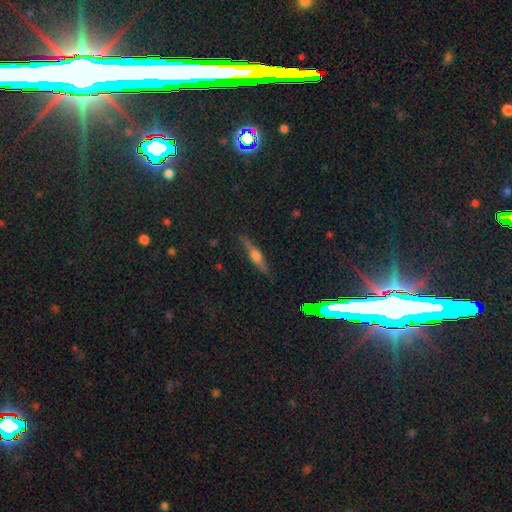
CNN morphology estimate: featured or disk 62%, smooth 26%, star or artifact 12%. Down the decision tree: edge-on disk — yes (93%); edge-on bulge — rounded (84%); merging — none (83%).